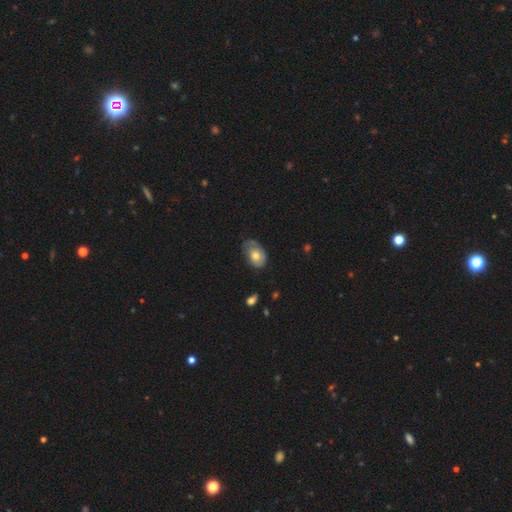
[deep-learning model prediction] Q: Smooth or featured?
A: smooth (61%); runner-up: featured or disk (32%)
Q: How rounded?
A: in between (82%); runner-up: round (17%)
Q: Merging?
A: none (46%); runner-up: minor disturbance (37%)